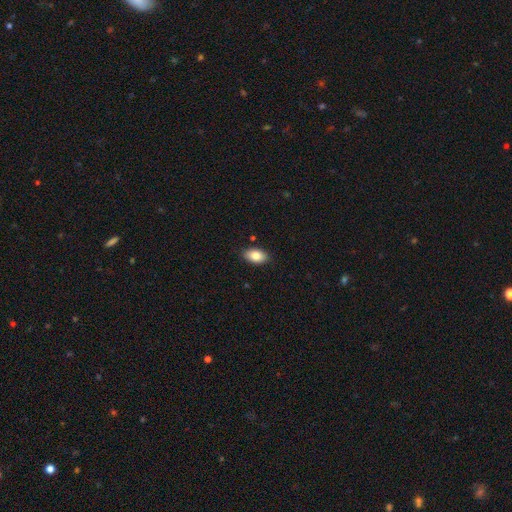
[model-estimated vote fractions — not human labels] smooth_or_featured: smooth (p=0.83) [alt: featured or disk p=0.10]
how_rounded: in between (p=0.92) [alt: round p=0.06]
merging: none (p=0.88) [alt: minor disturbance p=0.09]